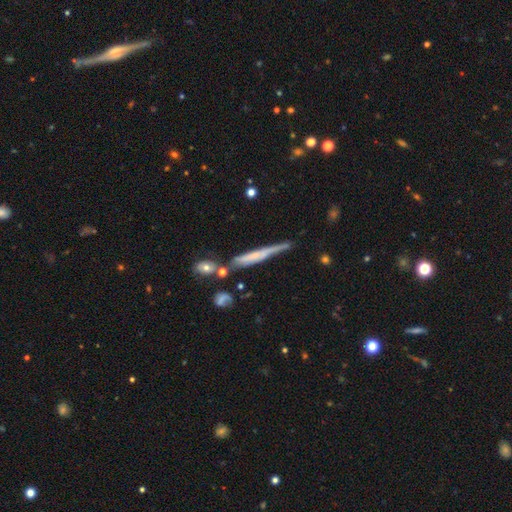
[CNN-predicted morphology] A featured or disk galaxy (50%) viewed edge-on (91%). Merging: none (63%).